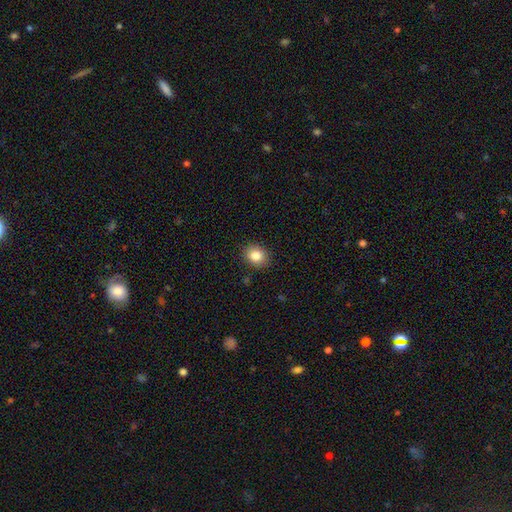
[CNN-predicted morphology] This is clearly a smooth galaxy (84%). How rounded: possibly round (54%). Merging: clearly none (88%).